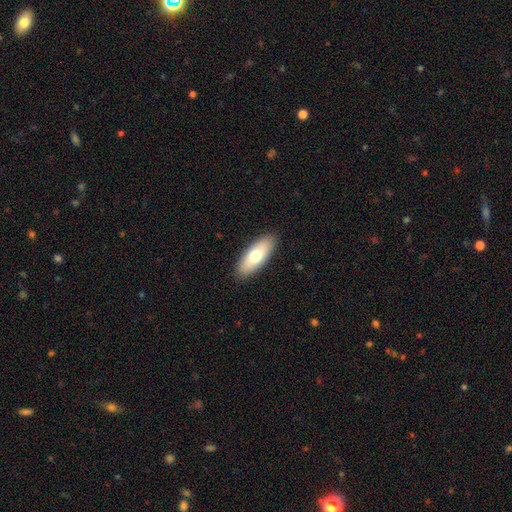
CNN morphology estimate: Smooth or featured? smooth (73%)
How rounded? in between (76%)
Merging? none (90%)